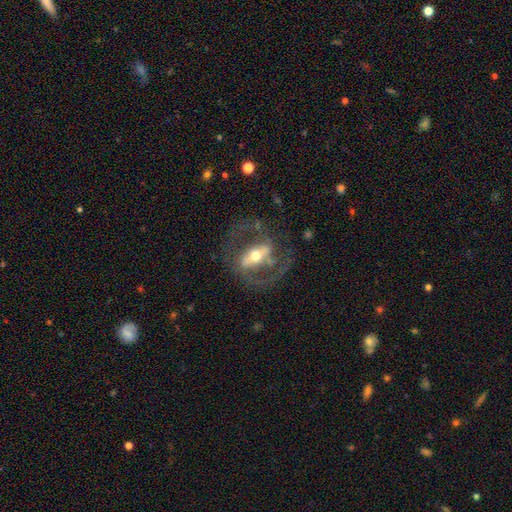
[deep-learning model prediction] Smooth or featured? Predicted: featured or disk (p=0.82). Edge-on disk? Predicted: no (p=0.89). Bar? Predicted: strong (p=0.64). Spiral arms? Predicted: yes (p=0.70). Spiral winding? Predicted: medium (p=0.53). Spiral arm count? Predicted: 2 (p=0.83). Bulge size? Predicted: moderate (p=0.67). Merging? Predicted: none (p=0.65).